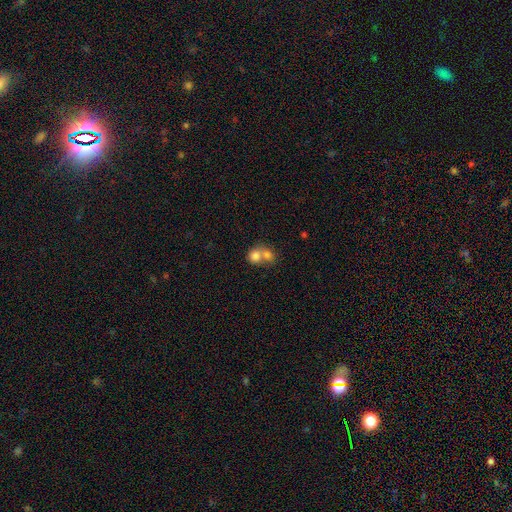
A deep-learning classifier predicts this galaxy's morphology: This appears to be a smooth galaxy with no disk features (77%) that is round (70%). Merging: merger (67%).